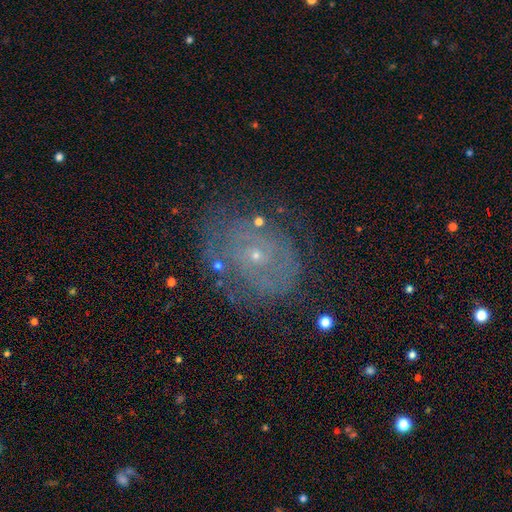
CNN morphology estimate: A featured or disk galaxy (64%) with no bar (81%), spiral arms (66%) and a small central bulge (80%).

Vote fractions:
- Smooth or featured? featured or disk: 64% / smooth: 21% / star or artifact: 15%
- Edge-on disk? no: 97% / yes: 3%
- Bar? no: 81% / weak: 15% / strong: 4%
- Spiral arms? yes: 66% / no: 34%
- Bulge size? small: 80% / moderate: 15% / none: 3% / large: 1% / dominant: 1%
- Merging? none: 69% / minor disturbance: 19% / major disturbance: 10% / merger: 2%